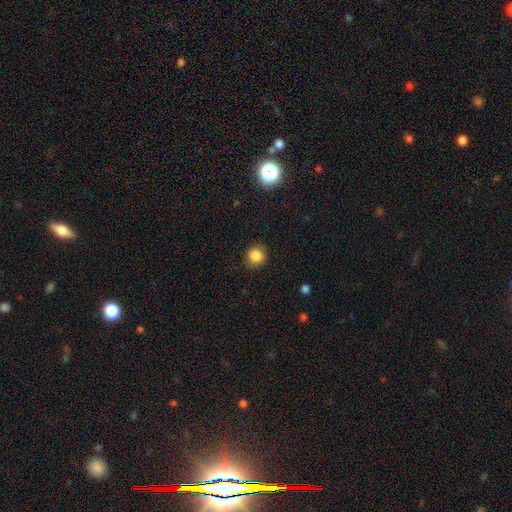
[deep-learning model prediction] Smooth or featured: smooth — 85% (star or artifact — 11%)
How rounded: round — 89% (in between — 10%)
Merging: none — 86% (minor disturbance — 10%)